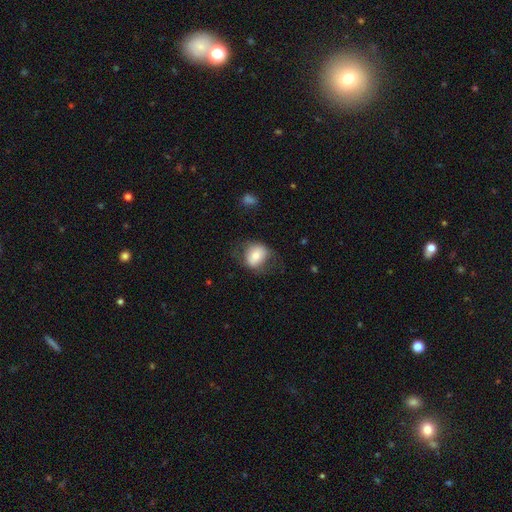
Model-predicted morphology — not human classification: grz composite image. It shows a smooth galaxy with no disk features (68%) that is round (51%). Merging: none (61%).